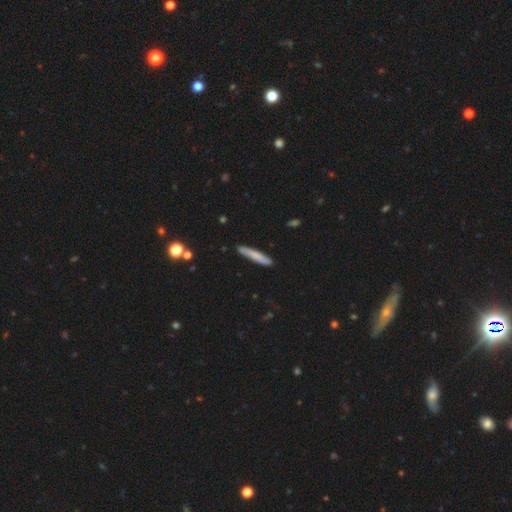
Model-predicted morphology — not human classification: Overall: smooth (73%). How rounded: cigar-shaped (94%). Merging: none (86%).